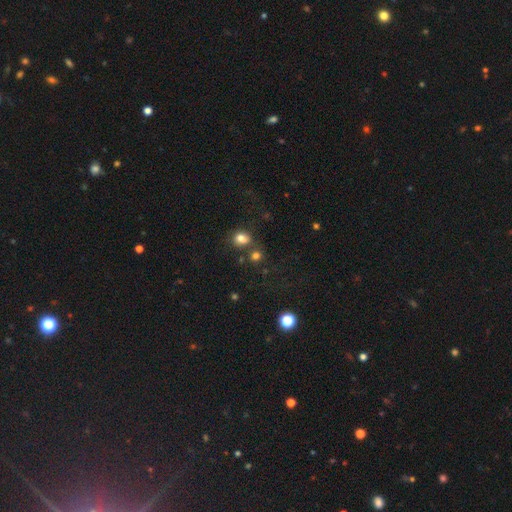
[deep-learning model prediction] The model was most divided on "merging": none: 62%, merger: 22%, minor disturbance: 11%, major disturbance: 5%. More confident: smooth or featured — smooth (75%); how rounded — round (70%).